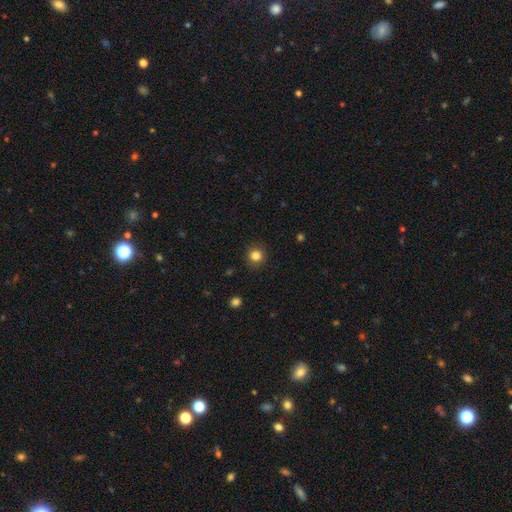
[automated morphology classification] Smooth or featured? smooth (83%)
How rounded? round (93%)
Merging? none (91%)